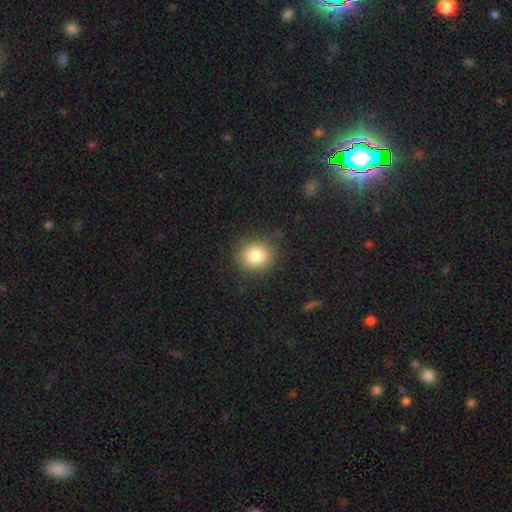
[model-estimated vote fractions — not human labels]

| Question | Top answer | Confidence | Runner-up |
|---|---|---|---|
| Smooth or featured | smooth | 83% | star or artifact (10%) |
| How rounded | round | 81% | in between (19%) |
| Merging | none | 86% | minor disturbance (9%) |